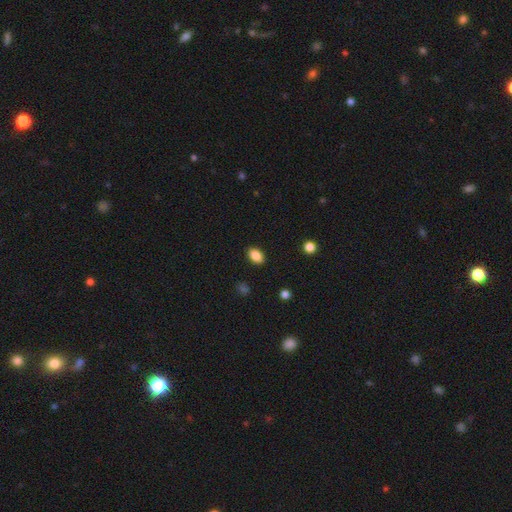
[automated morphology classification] smooth-or-featured: smooth: 87% | star or artifact: 9% | featured or disk: 4%
  how-rounded: in between: 87% | round: 11% | cigar-shaped: 2%
  merging: none: 89% | minor disturbance: 8% | major disturbance: 2% | merger: 1%